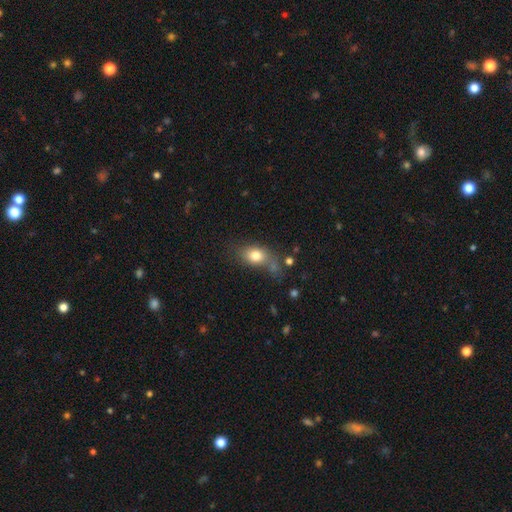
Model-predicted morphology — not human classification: type=smooth (79%); roundness=in between (74%); merging=none (51%).